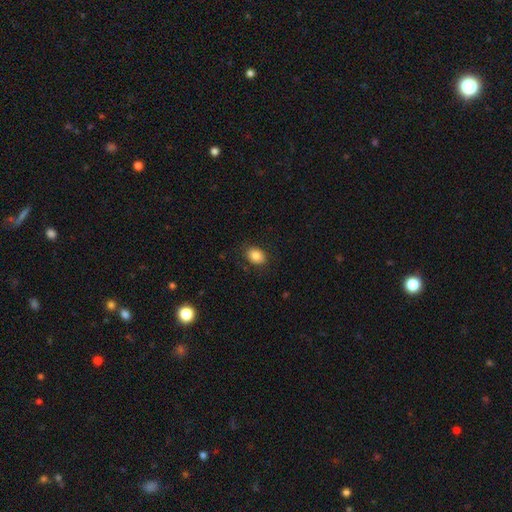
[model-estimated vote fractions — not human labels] Smooth or featured? Predicted: smooth (p=0.85). How rounded? Predicted: in between (p=0.70). Merging? Predicted: none (p=0.85).